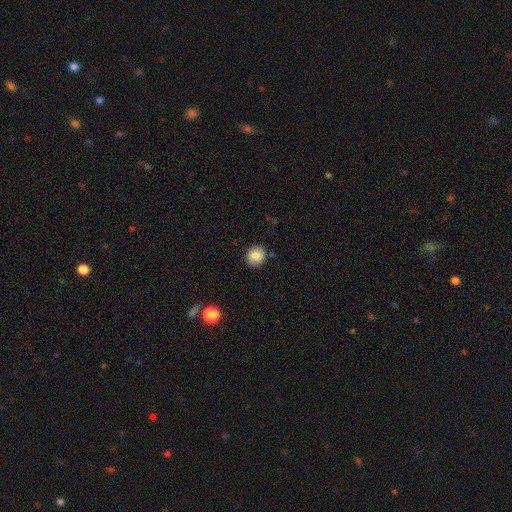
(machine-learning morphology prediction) Q: Smooth or featured?
A: smooth (86%); runner-up: star or artifact (9%)
Q: How rounded?
A: round (79%); runner-up: in between (20%)
Q: Merging?
A: none (84%); runner-up: minor disturbance (12%)